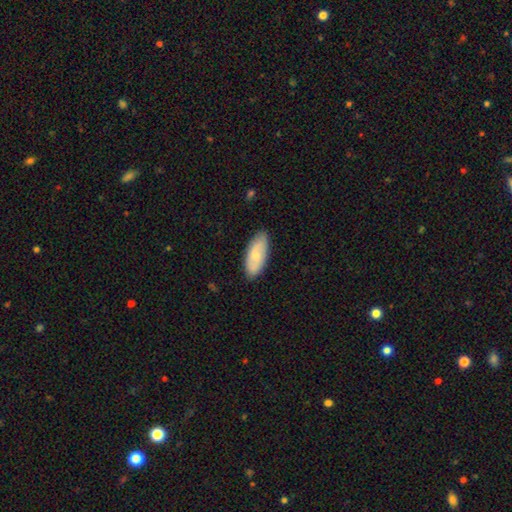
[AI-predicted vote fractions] This is likely a smooth galaxy (73%). How rounded: clearly in between (86%). Merging: clearly none (84%).